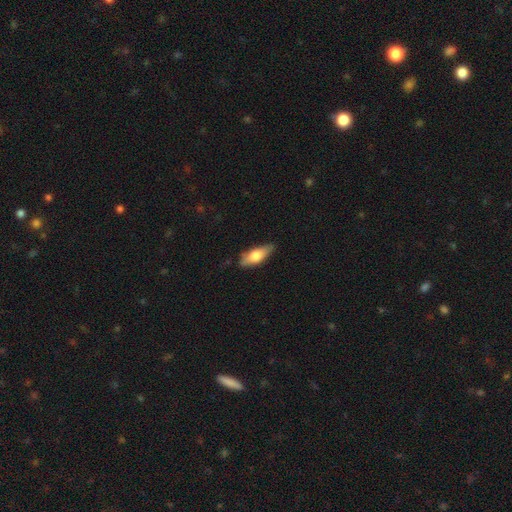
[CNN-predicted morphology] A smooth galaxy with no disk features (65%) that is in between round and cigar-shaped (70%).

Vote fractions:
- Smooth or featured? smooth: 65% / featured or disk: 29% / star or artifact: 6%
- How rounded? in between: 70% / cigar-shaped: 27% / round: 3%
- Merging? none: 80% / minor disturbance: 16% / major disturbance: 3% / merger: 1%